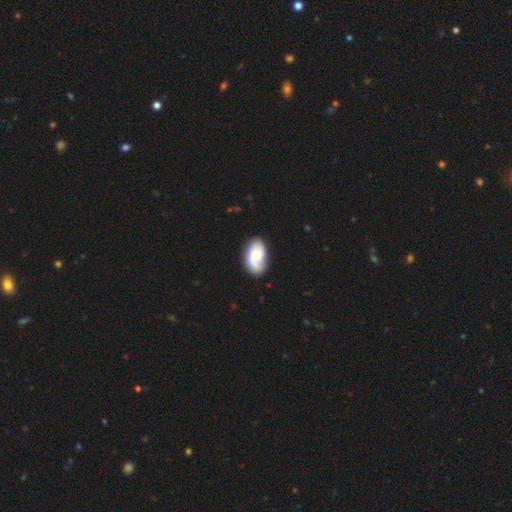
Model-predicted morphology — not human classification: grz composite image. It shows a smooth galaxy with no disk features (50%) that is in between round and cigar-shaped (92%). Merging: none (68%).